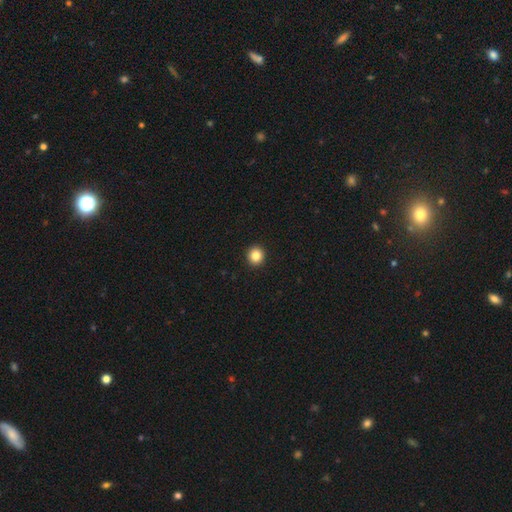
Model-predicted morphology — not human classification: smooth 85%, star or artifact 11%, featured or disk 5%. Down the decision tree: how rounded — round (94%); merging — none (94%).